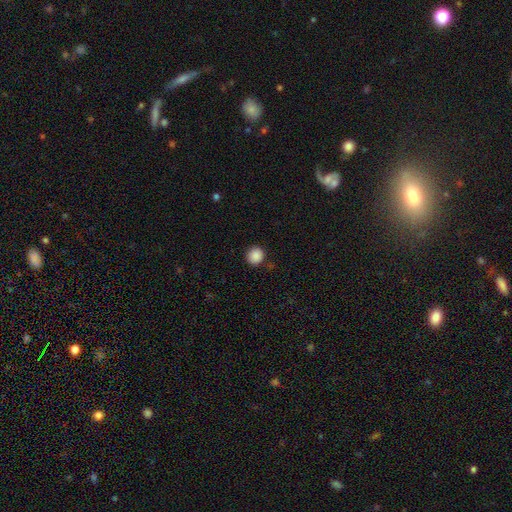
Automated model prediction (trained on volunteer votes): A smooth galaxy with no disk features (88%) that is round (90%).

Vote fractions:
- Smooth or featured? smooth: 88% / star or artifact: 9% / featured or disk: 3%
- How rounded? round: 90% / in between: 9% / cigar-shaped: 1%
- Merging? none: 88% / minor disturbance: 8% / major disturbance: 3% / merger: 2%